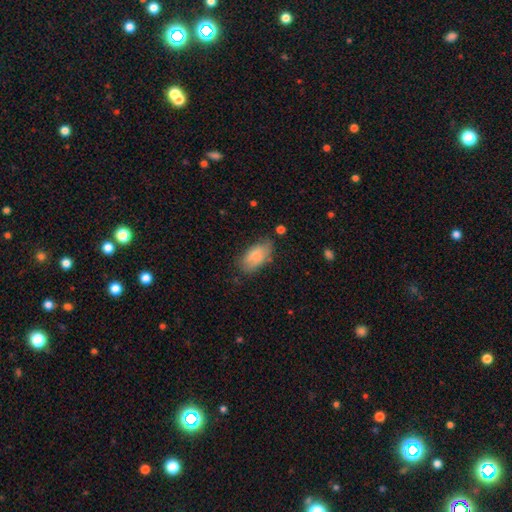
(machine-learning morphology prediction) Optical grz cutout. It shows a smooth galaxy with no disk features (78%) that is in between round and cigar-shaped (92%). Merging: none (62%).